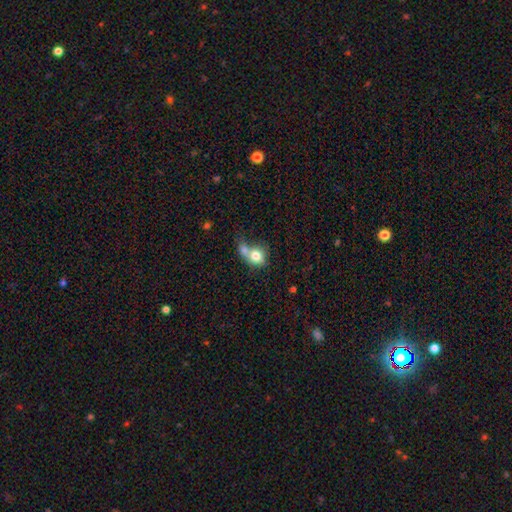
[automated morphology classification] Overall: smooth (76%). How rounded: round (64%; in between 35%). Merging: merger (59%; none 25%).